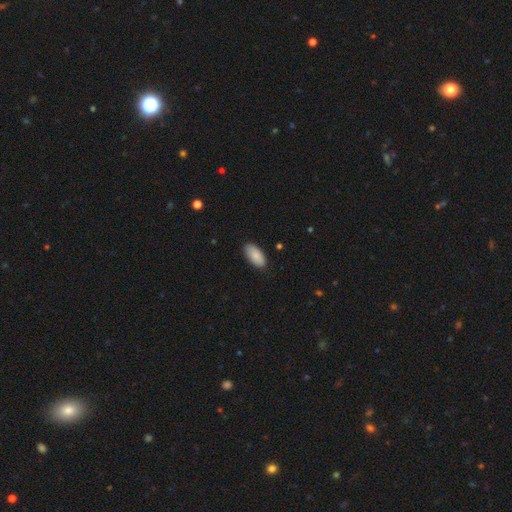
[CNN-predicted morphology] The model was most divided on "merging": none: 87%, minor disturbance: 10%, major disturbance: 2%, merger: 1%. More confident: how rounded — in between (94%); smooth or featured — smooth (88%).